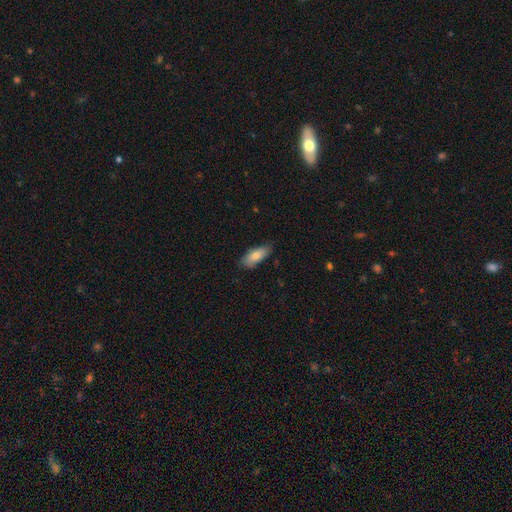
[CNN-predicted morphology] Q: Smooth or featured?
A: smooth (79%); runner-up: featured or disk (15%)
Q: How rounded?
A: in between (80%); runner-up: cigar-shaped (18%)
Q: Merging?
A: none (76%); runner-up: minor disturbance (20%)